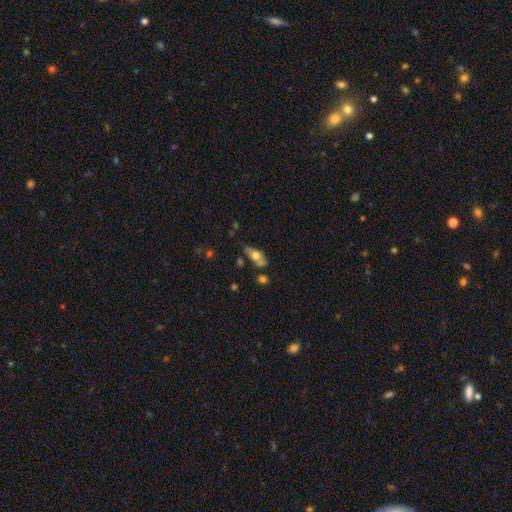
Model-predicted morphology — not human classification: This appears to be a smooth galaxy with no disk features (57%) that is in between round and cigar-shaped (74%). Merging: none (49%).